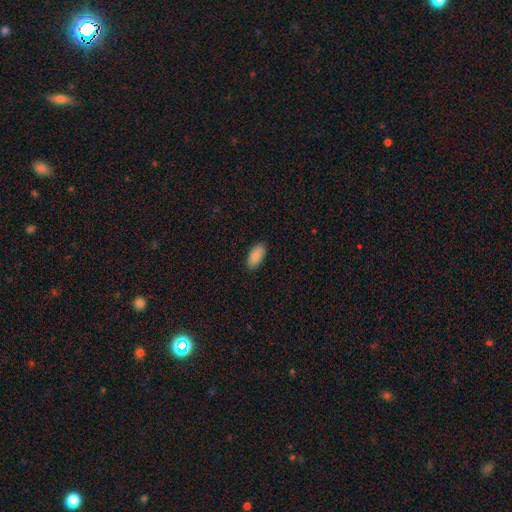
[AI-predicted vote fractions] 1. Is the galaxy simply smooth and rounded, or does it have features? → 89% smooth, 6% star or artifact, 5% featured or disk.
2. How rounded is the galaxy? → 94% in between, 4% cigar-shaped, 2% round.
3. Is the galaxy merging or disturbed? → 89% none, 8% minor disturbance, 2% major disturbance, 1% merger.